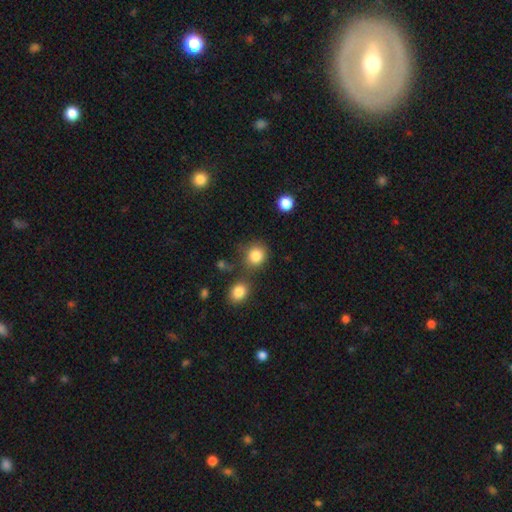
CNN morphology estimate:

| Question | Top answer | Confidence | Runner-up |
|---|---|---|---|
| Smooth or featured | smooth | 85% | star or artifact (10%) |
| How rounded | round | 83% | in between (16%) |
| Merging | none | 70% | merger (13%) |